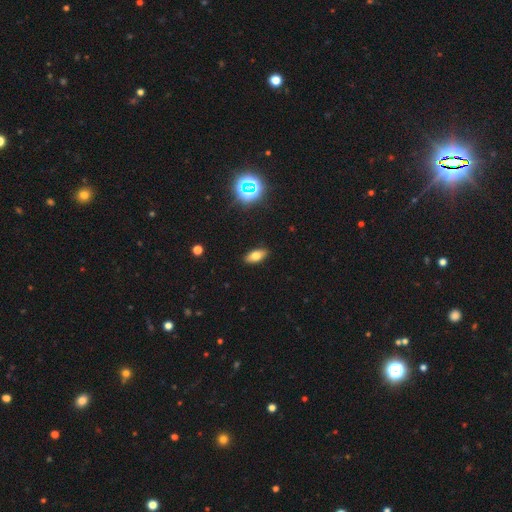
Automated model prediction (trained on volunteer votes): A smooth galaxy with no disk features (72%) that is in between round and cigar-shaped (85%). Merging: none (89%).